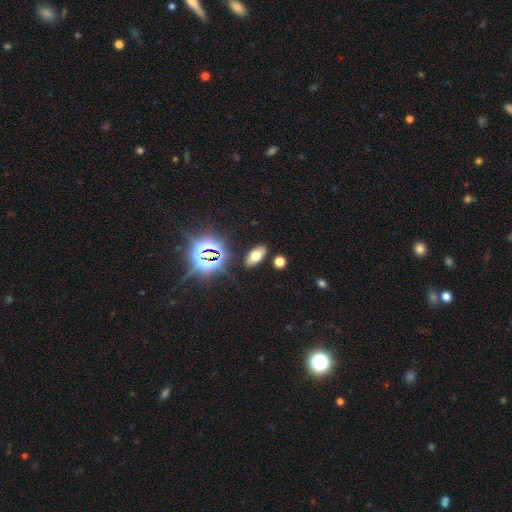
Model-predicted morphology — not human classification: Q: Smooth or featured?
A: smooth (62%); runner-up: star or artifact (24%)
Q: How rounded?
A: in between (89%); runner-up: round (6%)
Q: Merging?
A: none (87%); runner-up: minor disturbance (8%)